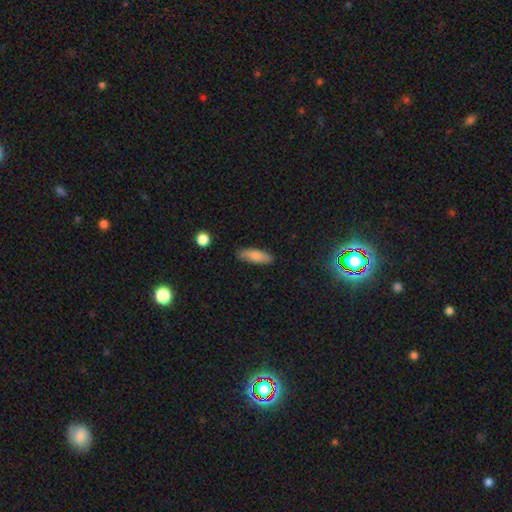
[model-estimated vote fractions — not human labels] smooth-or-featured: smooth: 82% | featured or disk: 12% | star or artifact: 7%
  how-rounded: in between: 57% | cigar-shaped: 41% | round: 2%
  merging: none: 81% | minor disturbance: 15% | major disturbance: 3% | merger: 1%